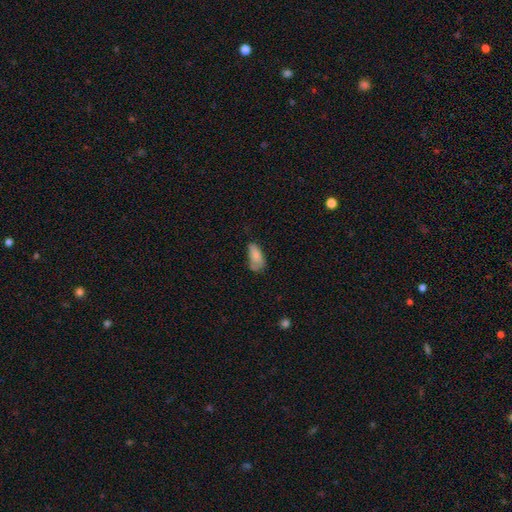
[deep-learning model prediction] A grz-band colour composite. It shows a smooth galaxy with no disk features (77%) that is in between round and cigar-shaped (86%). Merging: none (36%).